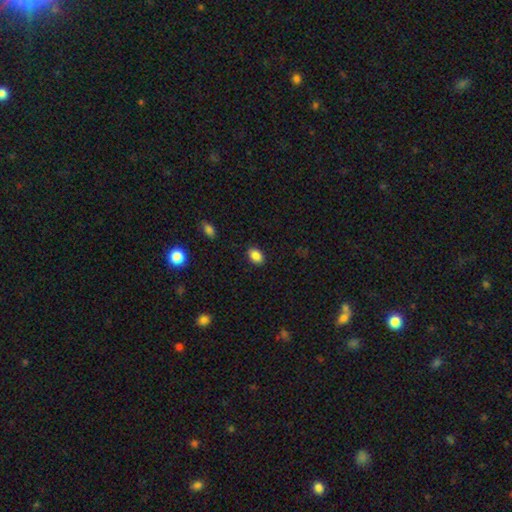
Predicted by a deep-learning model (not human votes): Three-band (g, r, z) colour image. It shows a smooth galaxy with no disk features (87%) that is in between round and cigar-shaped (84%). Merging: none (89%).